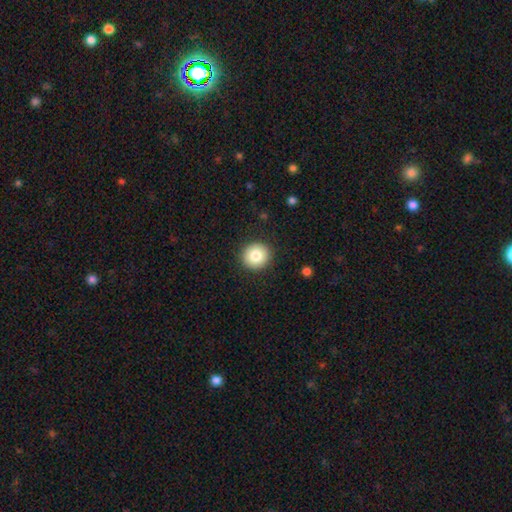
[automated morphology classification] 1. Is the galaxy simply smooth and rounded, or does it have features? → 83% smooth, 9% star or artifact, 8% featured or disk.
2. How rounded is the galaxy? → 93% round, 6% in between, 1% cigar-shaped.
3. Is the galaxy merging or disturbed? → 92% none, 6% minor disturbance, 2% major disturbance, 1% merger.